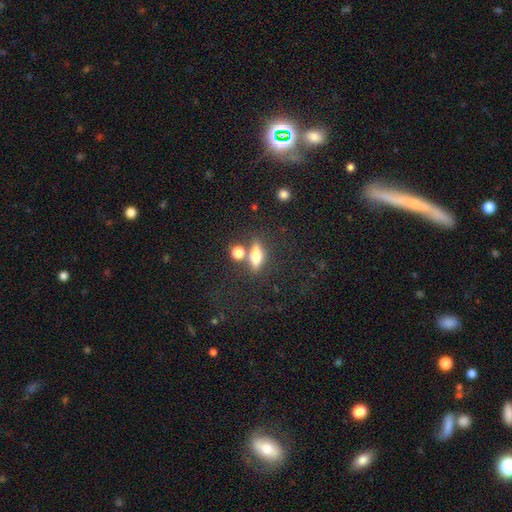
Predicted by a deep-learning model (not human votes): Smooth or featured: smooth — 62% (featured or disk — 26%)
How rounded: in between — 53% (cigar-shaped — 34%)
Merging: none — 68% (merger — 15%)